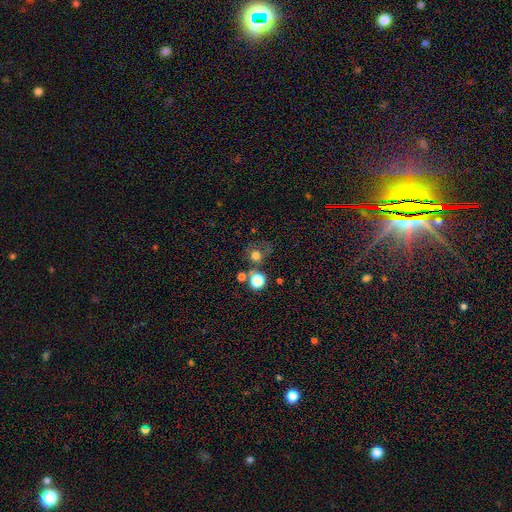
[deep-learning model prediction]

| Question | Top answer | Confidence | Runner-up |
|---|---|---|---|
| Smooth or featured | smooth | 68% | star or artifact (19%) |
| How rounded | round | 86% | in between (13%) |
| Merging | none | 58% | merger (20%) |